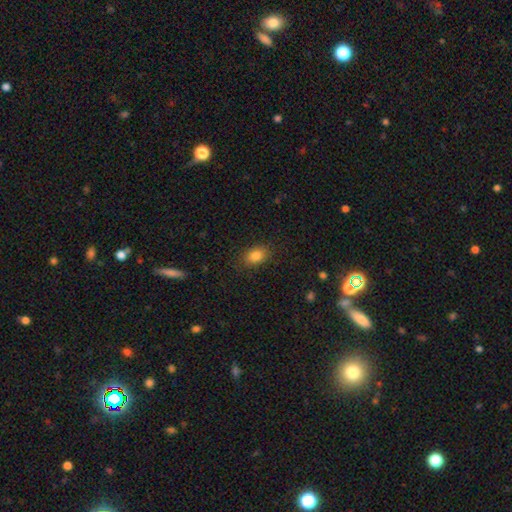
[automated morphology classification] This is clearly a smooth galaxy (85%). How rounded: likely in between (78%). Merging: clearly none (85%).